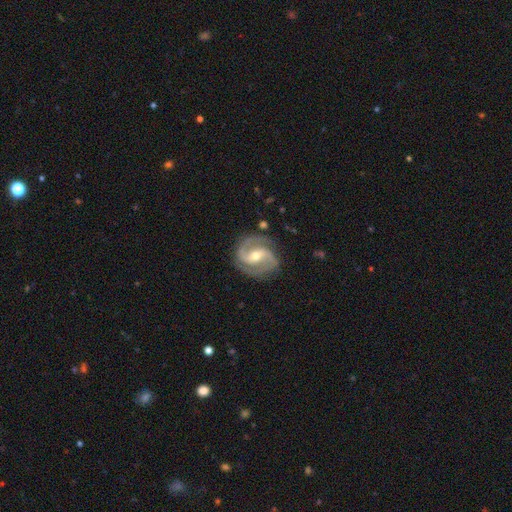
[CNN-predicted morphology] smooth-or-featured: featured or disk: 92% | smooth: 4% | star or artifact: 4%
  disk-edge-on: no: 98% | yes: 2%
    bar: weak: 43% | strong: 32% | no: 26%
    has-spiral-arms: yes: 98% | no: 2%
      spiral-winding: medium: 57% | tight: 30% | loose: 13%
      spiral-arm-count: 2: 87% | 3: 6% | can't tell: 3% | 1: 1% | 4: 1% | more than 4: 1%
    bulge-size: moderate: 53% | small: 44% | large: 2% | none: 1% | dominant: 1%
  merging: none: 82% | minor disturbance: 13% | major disturbance: 4% | merger: 1%